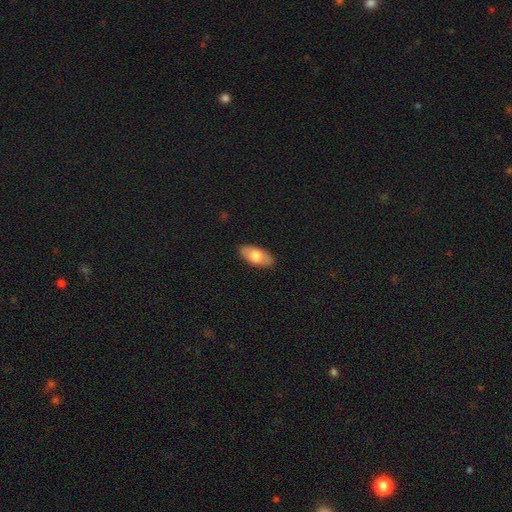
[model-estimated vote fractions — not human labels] Smooth or featured? Predicted: smooth (p=0.70). How rounded? Predicted: in between (p=0.92). Merging? Predicted: none (p=0.88).